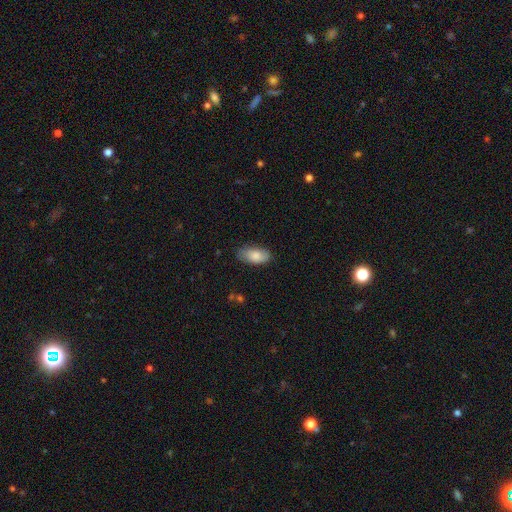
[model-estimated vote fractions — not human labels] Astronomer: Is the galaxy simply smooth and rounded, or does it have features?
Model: smooth — 83%.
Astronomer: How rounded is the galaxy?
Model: in between — 93%.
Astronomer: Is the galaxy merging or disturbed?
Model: none — 77%.